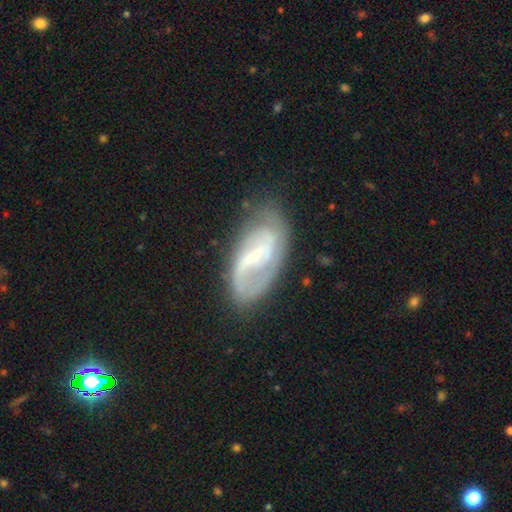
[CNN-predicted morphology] type=featured or disk (75%); edge-on=no (95%); bar=weak (44%); spiral arms=yes (85%); winding=medium (41%); arm count=2 (57%); bulge=small (47%); merging=none (63%).